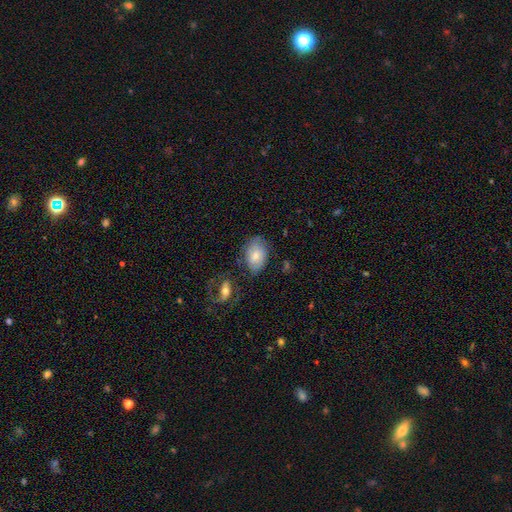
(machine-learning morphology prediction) The model was most divided on "merging": none: 67%, minor disturbance: 20%, major disturbance: 7%, merger: 6%. More confident: how rounded — in between (83%); smooth or featured — smooth (71%).